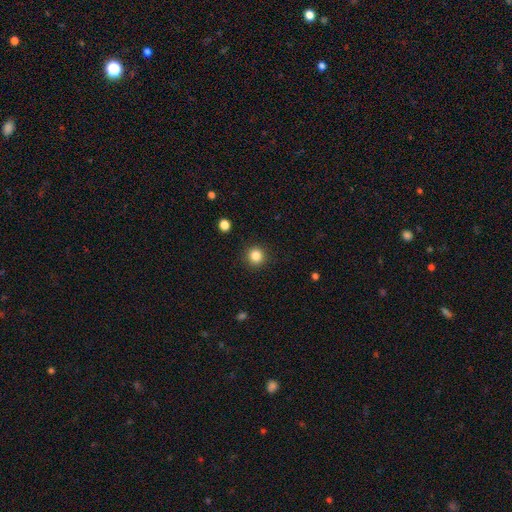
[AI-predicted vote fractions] Smooth or featured? smooth (84%)
How rounded? round (94%)
Merging? none (91%)